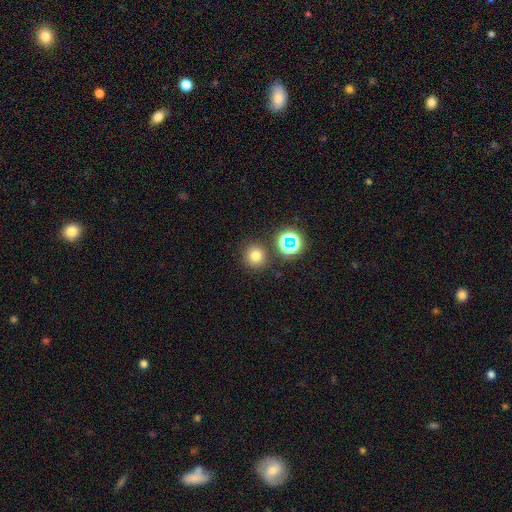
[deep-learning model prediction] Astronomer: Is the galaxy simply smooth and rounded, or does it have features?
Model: smooth — 73%.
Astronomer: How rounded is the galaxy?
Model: round — 92%.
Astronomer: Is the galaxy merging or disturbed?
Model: none — 85%.